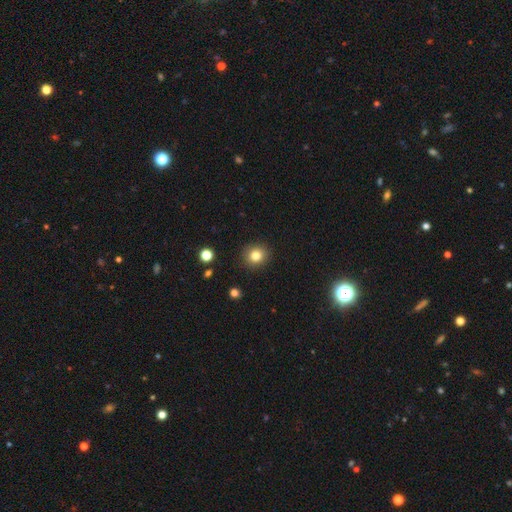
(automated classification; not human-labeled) Q: Smooth or featured?
A: smooth (82%); runner-up: star or artifact (11%)
Q: How rounded?
A: round (85%); runner-up: in between (14%)
Q: Merging?
A: none (90%); runner-up: minor disturbance (7%)